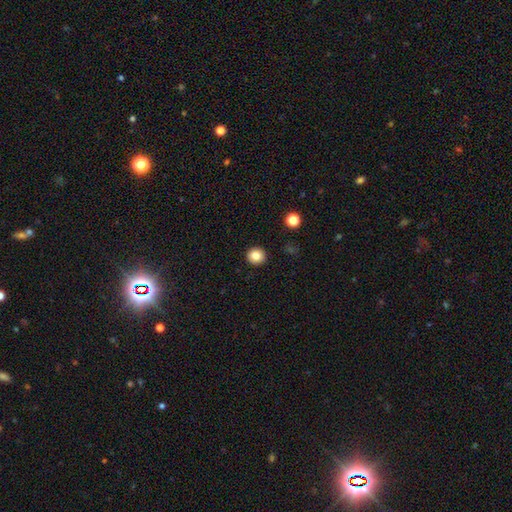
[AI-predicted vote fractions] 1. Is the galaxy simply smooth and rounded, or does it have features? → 83% smooth, 11% star or artifact, 7% featured or disk.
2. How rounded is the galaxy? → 93% round, 6% in between, 1% cigar-shaped.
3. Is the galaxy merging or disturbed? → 93% none, 4% minor disturbance, 1% major disturbance, 1% merger.